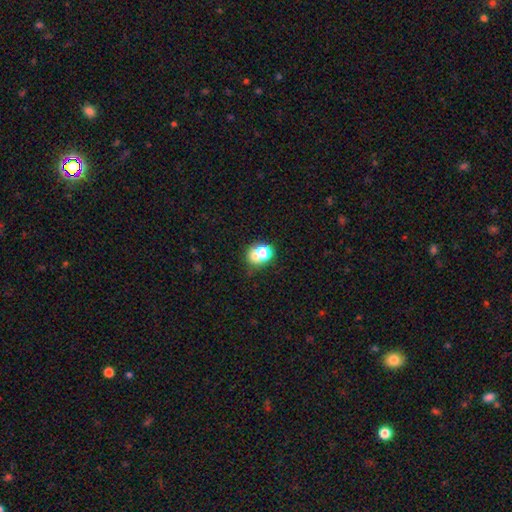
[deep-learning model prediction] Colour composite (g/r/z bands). It shows a smooth galaxy with no disk features (68%) that is round (60%). Merging: merger (43%).